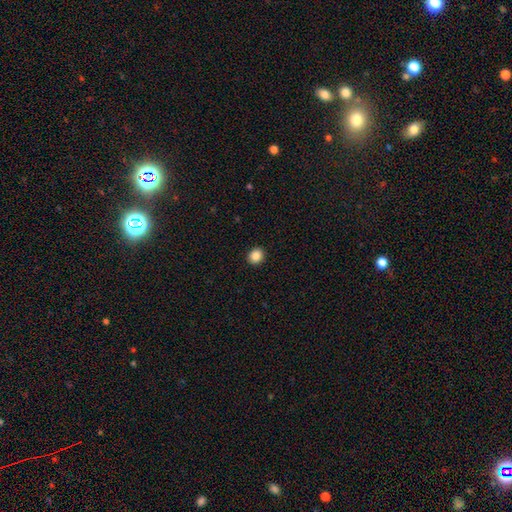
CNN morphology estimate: This appears to be a smooth galaxy with no disk features (86%) that is round (79%). Merging: none (93%).